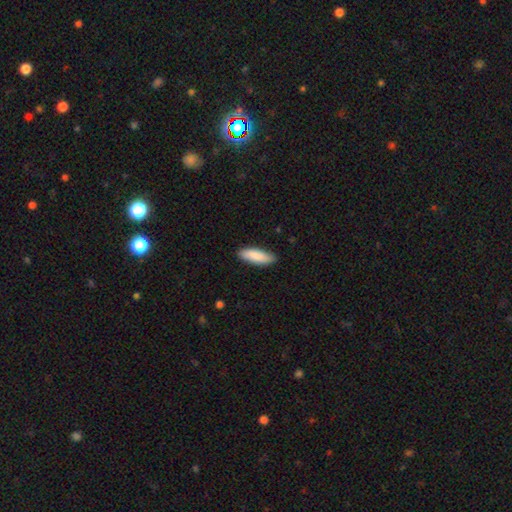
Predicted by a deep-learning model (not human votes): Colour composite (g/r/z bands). It shows a smooth galaxy with no disk features (87%) that is in between round and cigar-shaped (57%). Merging: none (88%).